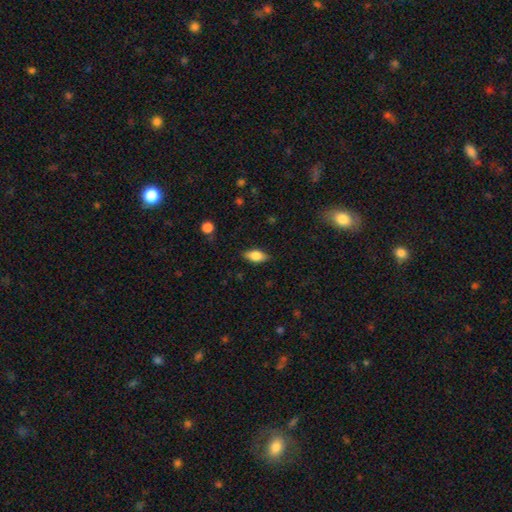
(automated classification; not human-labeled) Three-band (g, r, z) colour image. It shows a smooth galaxy with no disk features (74%) that is in between round and cigar-shaped (86%). Merging: none (84%).